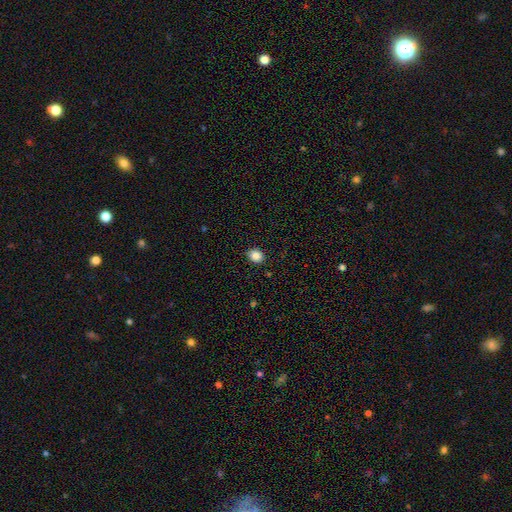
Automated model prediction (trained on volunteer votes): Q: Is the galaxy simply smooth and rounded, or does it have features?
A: smooth — 85%.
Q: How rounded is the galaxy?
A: round — 56%.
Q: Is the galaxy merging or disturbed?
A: none — 89%.